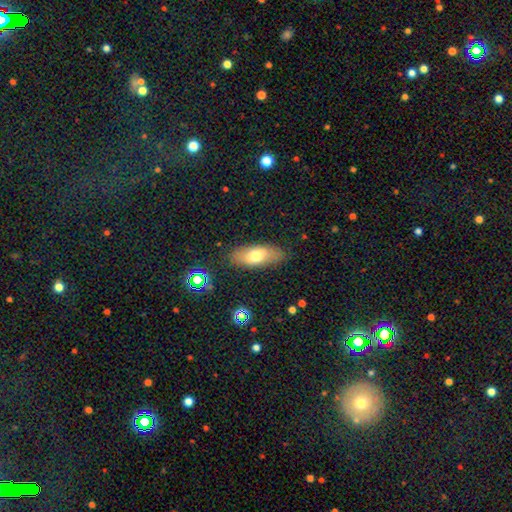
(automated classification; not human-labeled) The model was most divided on "smooth or featured": smooth: 67%, featured or disk: 25%, star or artifact: 8%. More confident: merging — none (83%); how rounded — in between (80%).